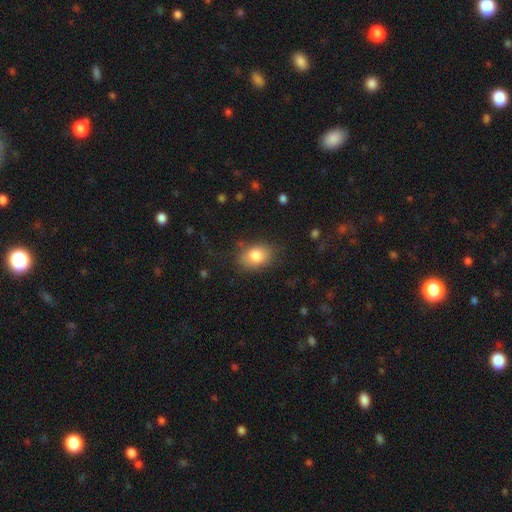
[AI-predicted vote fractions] Smooth or featured: smooth — 81% (featured or disk — 11%)
How rounded: in between — 74% (round — 25%)
Merging: none — 73% (minor disturbance — 19%)